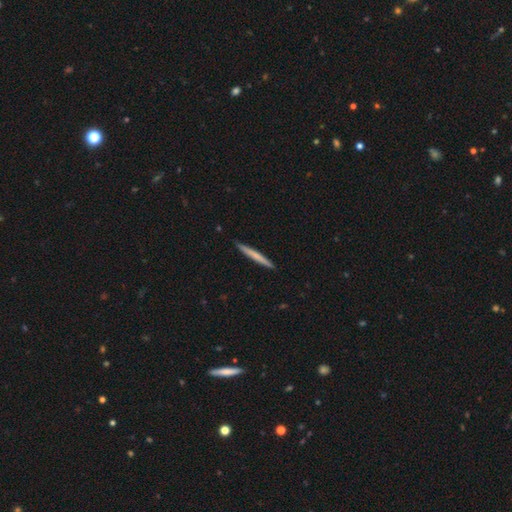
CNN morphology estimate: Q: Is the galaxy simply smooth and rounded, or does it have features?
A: smooth — 63%.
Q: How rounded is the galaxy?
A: cigar-shaped — 97%.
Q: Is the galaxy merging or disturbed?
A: none — 92%.